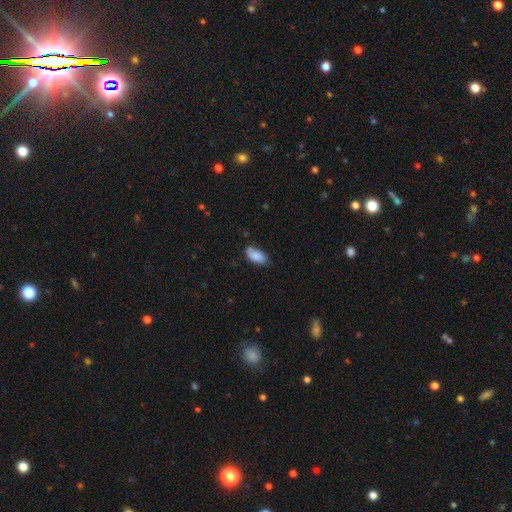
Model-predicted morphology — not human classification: Overall: smooth (85%). How rounded: in between (92%). Merging: none (68%).